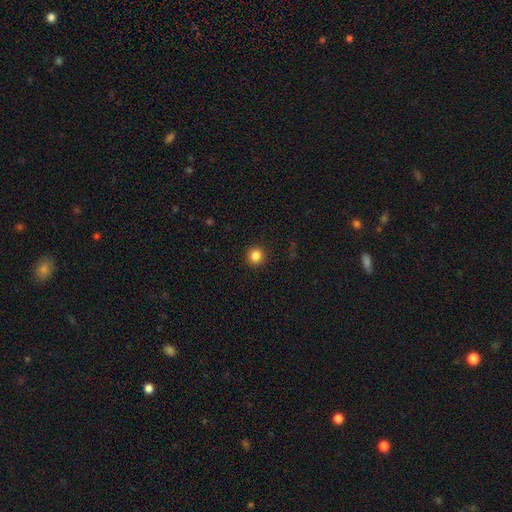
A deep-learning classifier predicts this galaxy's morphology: smooth_or_featured: smooth (p=0.84) [alt: star or artifact p=0.12]
how_rounded: round (p=0.94) [alt: in between p=0.05]
merging: none (p=0.92) [alt: minor disturbance p=0.05]